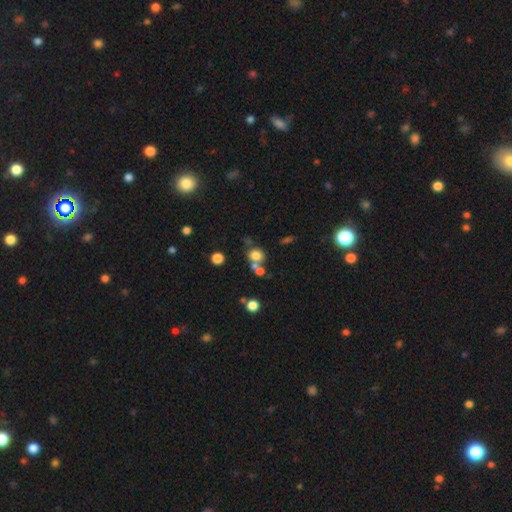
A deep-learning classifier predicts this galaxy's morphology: A smooth galaxy with no disk features (74%) that is round (76%).

Vote fractions:
- Smooth or featured? smooth: 74% / star or artifact: 15% / featured or disk: 12%
- How rounded? round: 76% / in between: 23% / cigar-shaped: 1%
- Merging? none: 50% / merger: 35% / minor disturbance: 10% / major disturbance: 5%